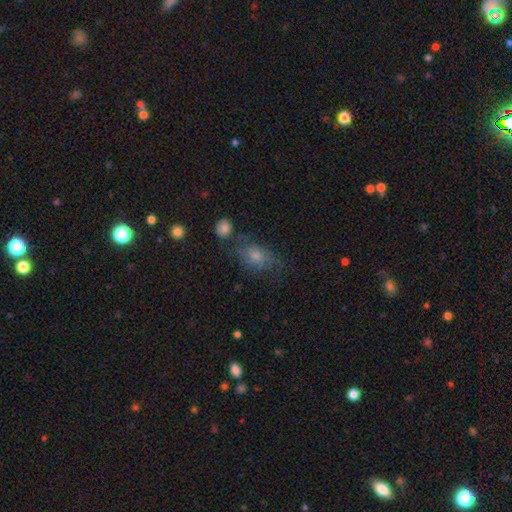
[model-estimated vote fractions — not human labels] This appears to be a smooth galaxy with no disk features (51%) that is in between round and cigar-shaped (73%). Merging: none (58%).